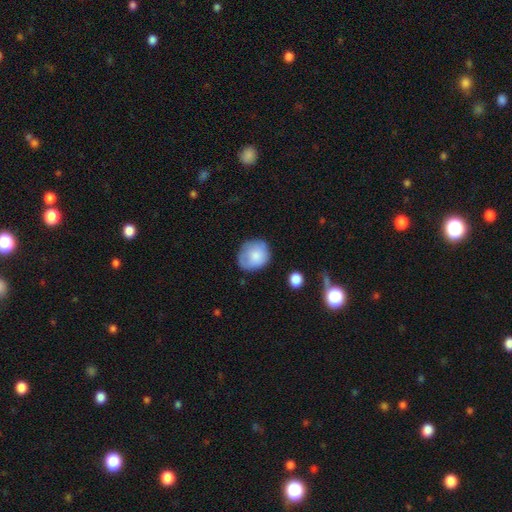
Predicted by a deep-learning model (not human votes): smooth_or_featured: smooth (p=0.80) [alt: featured or disk p=0.13]
how_rounded: round (p=0.69) [alt: in between p=0.30]
merging: none (p=0.67) [alt: minor disturbance p=0.24]